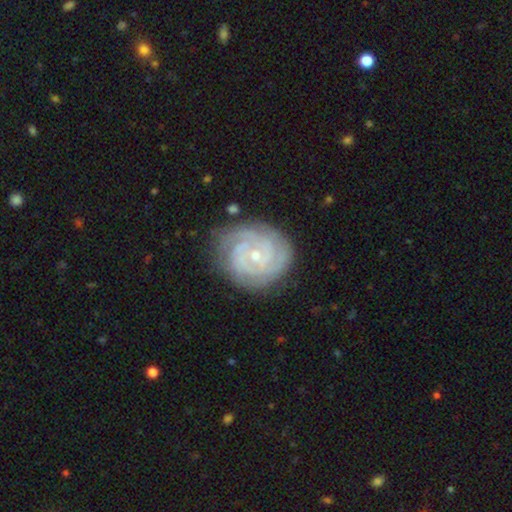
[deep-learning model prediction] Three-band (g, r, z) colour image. It shows a featured or disk galaxy (87%) with no bar (68%), 3 (30%) tight (81%) spiral arms (98%) and a small central bulge (75%). Merging: none (79%).